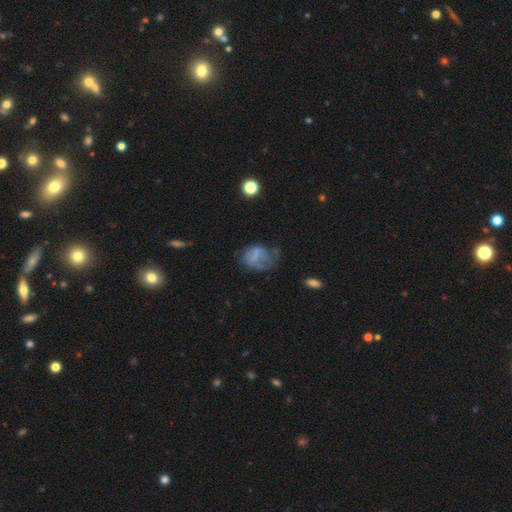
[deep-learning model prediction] The model was most divided on "merging": major disturbance: 38%, none: 31%, minor disturbance: 28%, merger: 3%. More confident: how rounded — in between (61%); smooth or featured — smooth (56%).